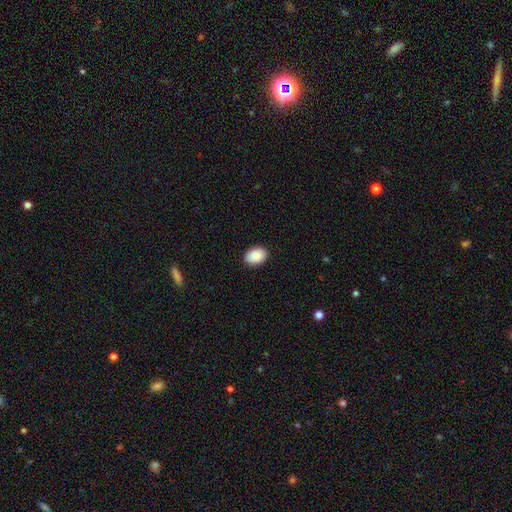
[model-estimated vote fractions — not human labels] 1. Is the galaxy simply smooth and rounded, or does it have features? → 89% smooth, 7% star or artifact, 4% featured or disk.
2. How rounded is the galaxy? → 79% in between, 19% round, 1% cigar-shaped.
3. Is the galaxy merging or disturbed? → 90% none, 7% minor disturbance, 2% major disturbance, 1% merger.